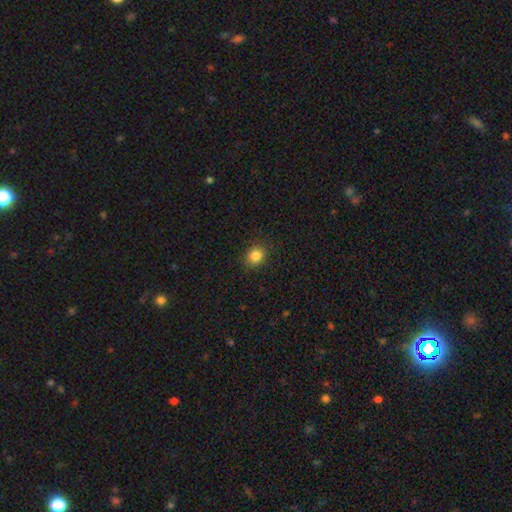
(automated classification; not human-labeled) Overall: smooth (84%). How rounded: round (68%; in between 31%). Merging: none (88%).